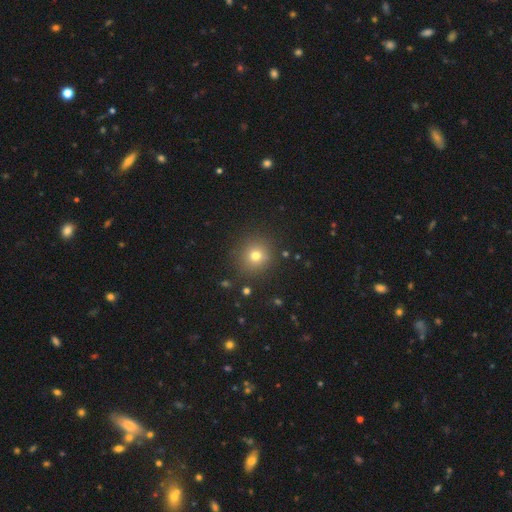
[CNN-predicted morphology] Smooth or featured? Predicted: smooth (p=0.74). How rounded? Predicted: round (p=0.91). Merging? Predicted: none (p=0.88).